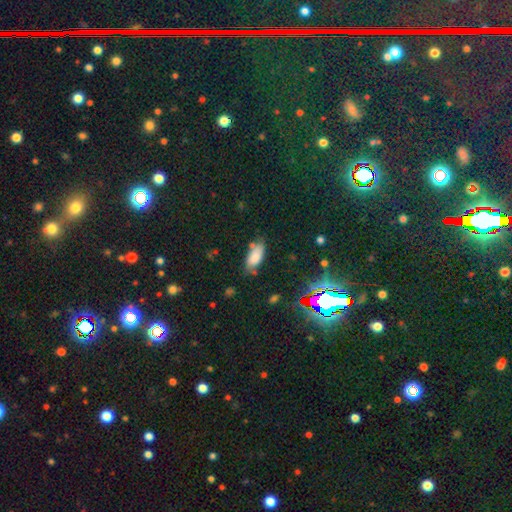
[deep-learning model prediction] This appears to be a smooth galaxy with no disk features (77%) that is in between round and cigar-shaped (86%). Merging: none (65%).